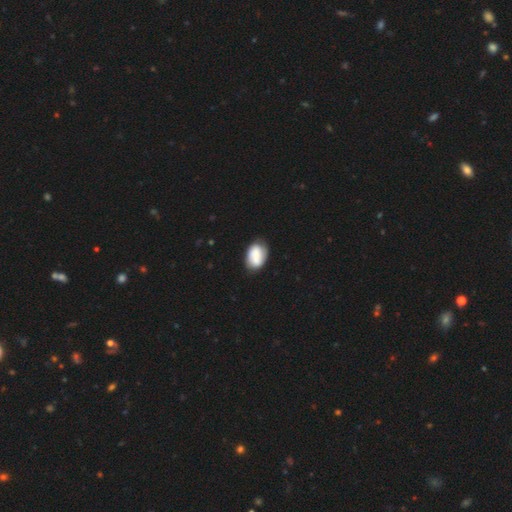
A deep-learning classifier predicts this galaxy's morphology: A smooth galaxy with no disk features (69%) that is in between round and cigar-shaped (85%). Merging: none (68%).